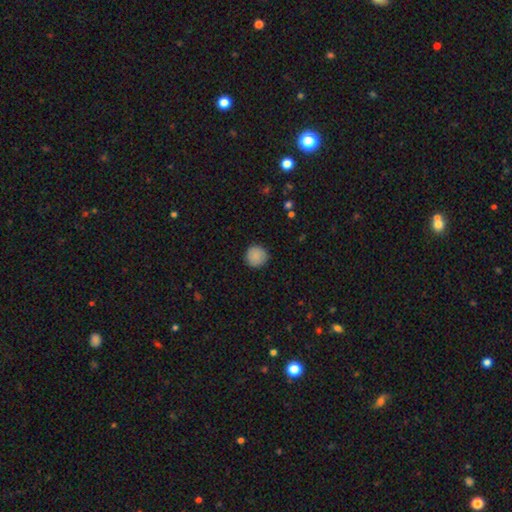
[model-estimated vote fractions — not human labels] This is clearly a smooth galaxy (88%). How rounded: clearly round (94%). Merging: clearly none (90%).